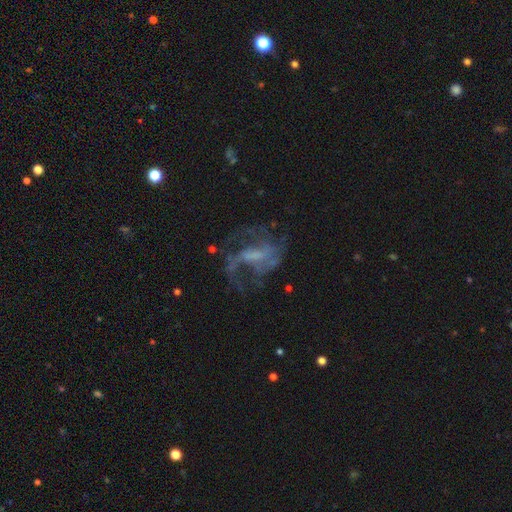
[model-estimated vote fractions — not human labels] Q: Smooth or featured?
A: featured or disk (75%); runner-up: smooth (13%)
Q: Edge-on disk?
A: no (96%); runner-up: yes (4%)
Q: Bar?
A: weak (42%); runner-up: no (31%)
Q: Spiral arms?
A: yes (79%); runner-up: no (21%)
Q: Spiral winding?
A: medium (43%); runner-up: loose (41%)
Q: Spiral arm count?
A: 2 (42%); runner-up: can't tell (26%)
Q: Bulge size?
A: none (43%); runner-up: small (26%)
Q: Merging?
A: none (47%); runner-up: major disturbance (33%)